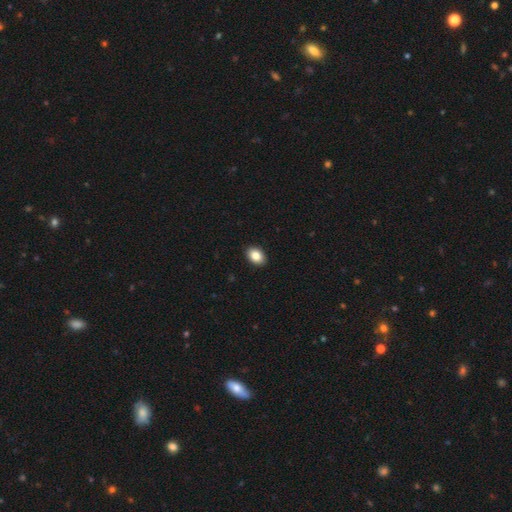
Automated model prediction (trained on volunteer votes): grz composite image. It shows a smooth galaxy with no disk features (86%) that is in between round and cigar-shaped (79%). Merging: none (91%).